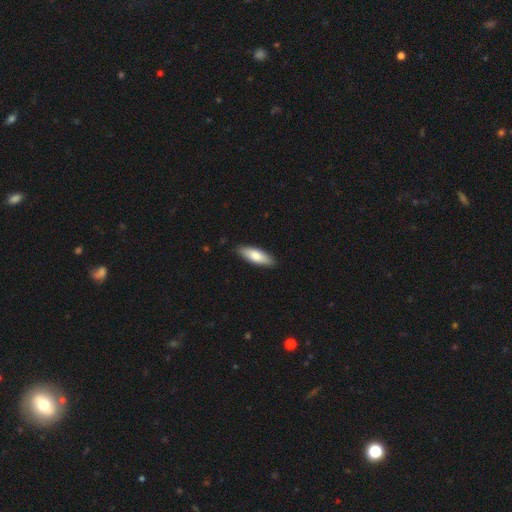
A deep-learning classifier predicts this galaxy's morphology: smooth_or_featured: smooth (p=0.77) [alt: featured or disk p=0.18]
how_rounded: in between (p=0.58) [alt: cigar-shaped p=0.41]
merging: none (p=0.89) [alt: minor disturbance p=0.09]